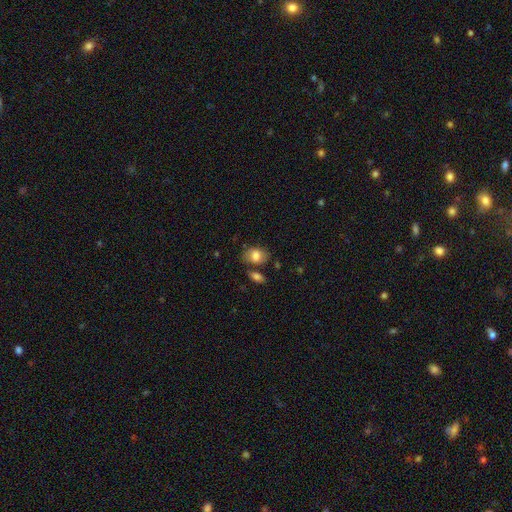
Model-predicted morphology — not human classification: The model was most divided on "merging": none: 66%, minor disturbance: 17%, merger: 12%, major disturbance: 5%. More confident: how rounded — in between (79%); smooth or featured — smooth (79%).